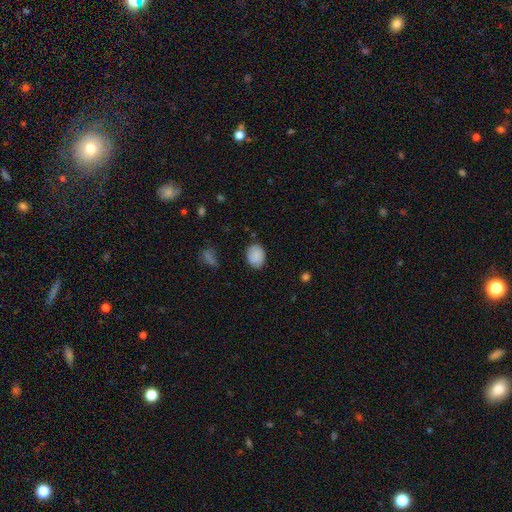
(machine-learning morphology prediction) This is clearly a smooth galaxy (84%). How rounded: likely in between (61%). Merging: likely none (78%).